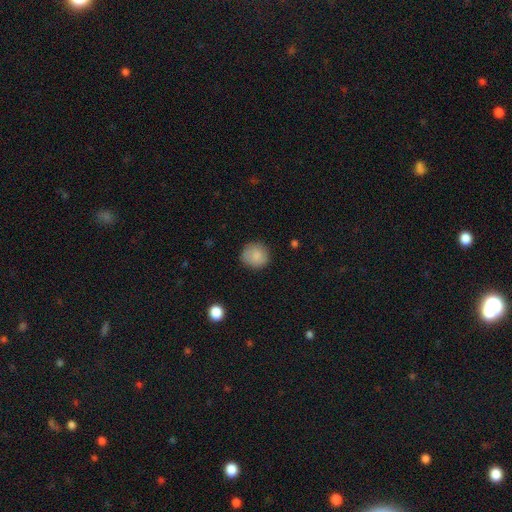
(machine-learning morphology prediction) A smooth galaxy with no disk features (85%) that is round (91%).

Vote fractions:
- Smooth or featured? smooth: 85% / star or artifact: 8% / featured or disk: 8%
- How rounded? round: 91% / in between: 8% / cigar-shaped: 1%
- Merging? none: 84% / minor disturbance: 12% / major disturbance: 3% / merger: 1%